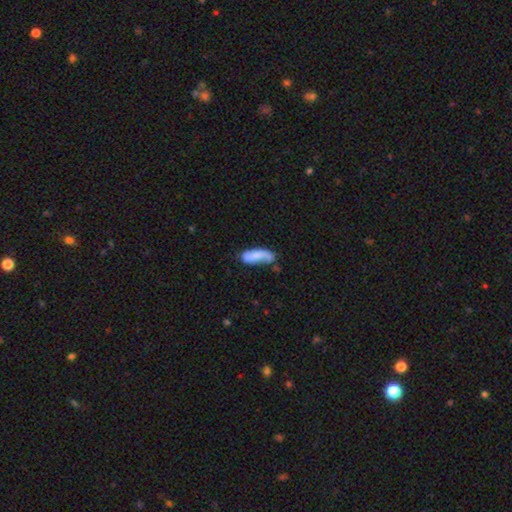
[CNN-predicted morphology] Smooth or featured?
  - smooth: 59% *
  - featured or disk: 34%
  - star or artifact: 7%
How rounded?
  - in between: 63% *
  - cigar-shaped: 35%
  - round: 3%
Merging?
  - none: 40% *
  - minor disturbance: 28%
  - major disturbance: 18%
  - merger: 15%